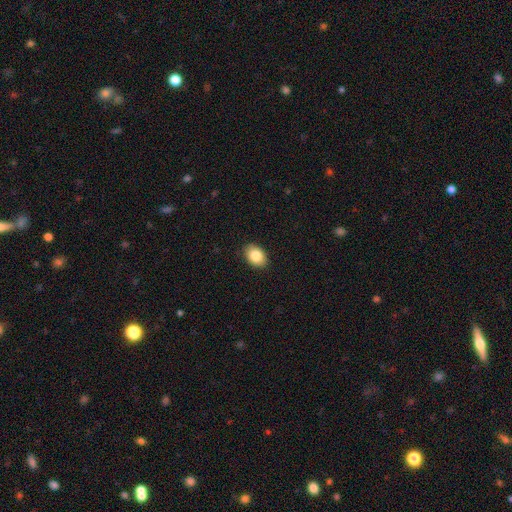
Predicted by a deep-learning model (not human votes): A smooth galaxy with no disk features (86%) that is in between round and cigar-shaped (80%).

Vote fractions:
- Smooth or featured? smooth: 86% / star or artifact: 8% / featured or disk: 7%
- How rounded? in between: 80% / round: 19% / cigar-shaped: 1%
- Merging? none: 89% / minor disturbance: 8% / major disturbance: 2% / merger: 1%